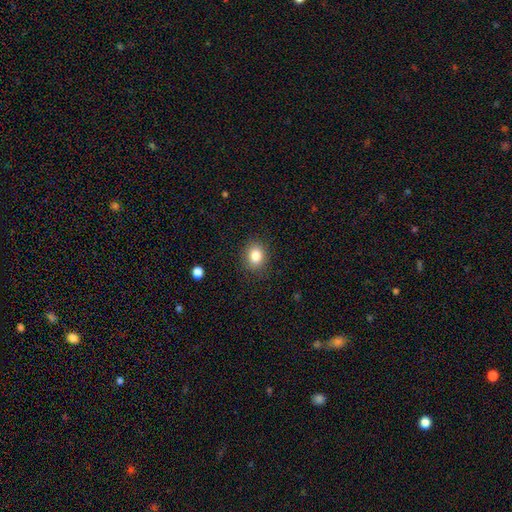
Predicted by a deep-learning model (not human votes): Morphology: type=smooth (84%); roundness=round (55%); merging=none (86%).